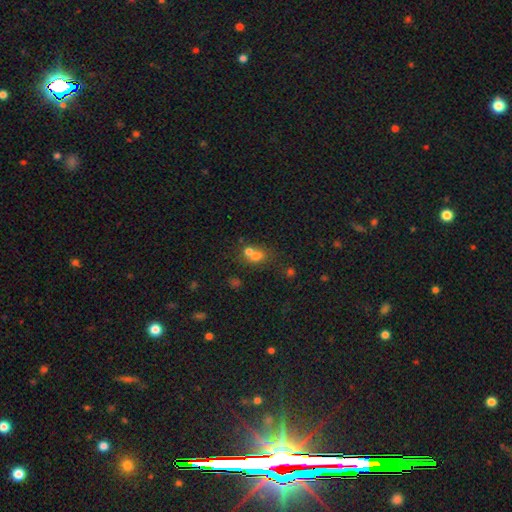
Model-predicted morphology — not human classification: Smooth or featured: smooth — 66% (featured or disk — 18%)
How rounded: round — 65% (in between — 34%)
Merging: merger — 60% (none — 30%)